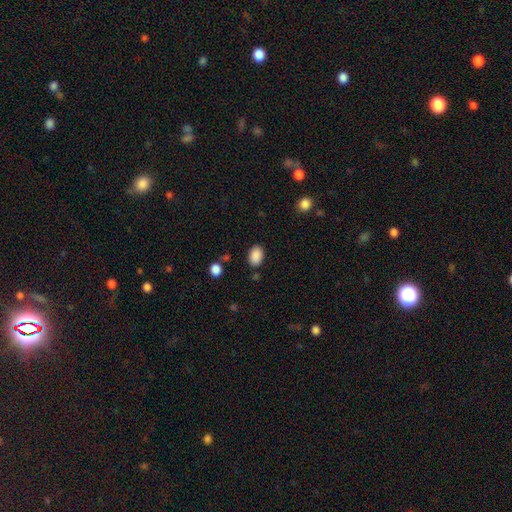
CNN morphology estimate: Smooth or featured: smooth — 89% (star or artifact — 8%)
How rounded: in between — 83% (round — 16%)
Merging: none — 84% (minor disturbance — 11%)